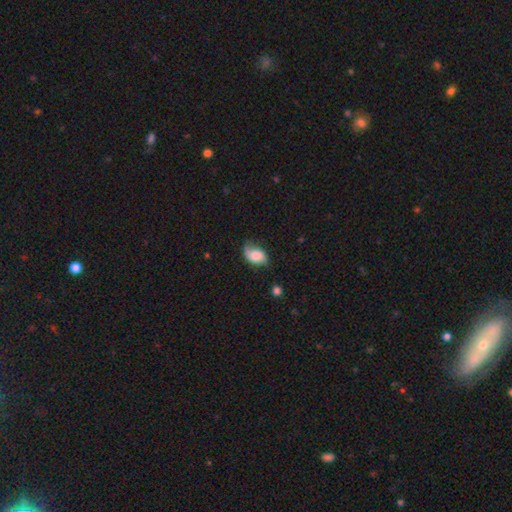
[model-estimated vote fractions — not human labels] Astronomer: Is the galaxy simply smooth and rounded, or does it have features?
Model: smooth — 54% (runner-up: featured or disk, 37%).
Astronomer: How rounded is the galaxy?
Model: in between — 85%.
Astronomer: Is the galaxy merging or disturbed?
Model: none — 52% (runner-up: minor disturbance, 33%).